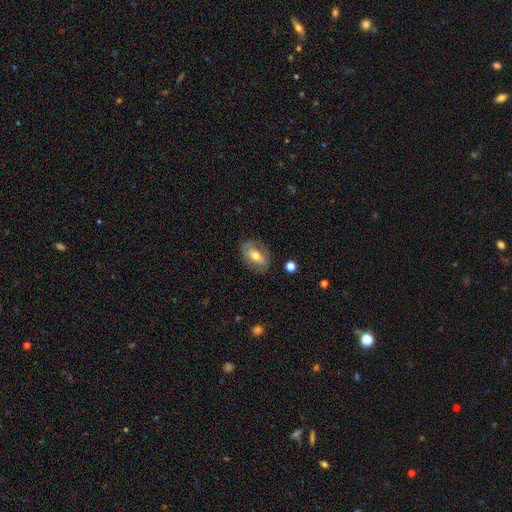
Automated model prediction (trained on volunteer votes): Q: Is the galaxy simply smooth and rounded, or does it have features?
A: smooth — 52%.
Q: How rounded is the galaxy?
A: in between — 85%.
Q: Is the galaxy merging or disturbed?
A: none — 76%.